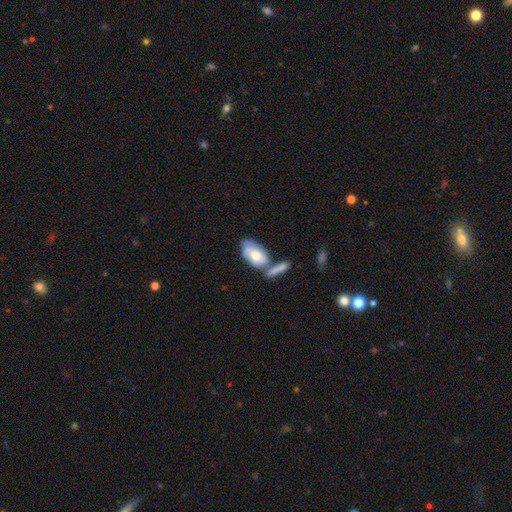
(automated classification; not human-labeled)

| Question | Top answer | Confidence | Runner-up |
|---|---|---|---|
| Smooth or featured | smooth | 62% | featured or disk (32%) |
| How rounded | in between | 91% | round (5%) |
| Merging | merger | 39% | none (34%) |